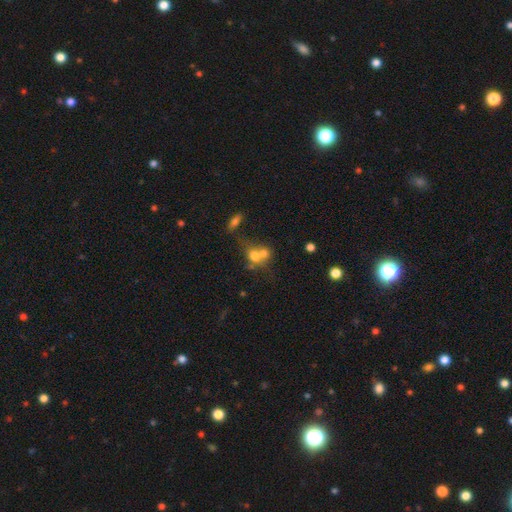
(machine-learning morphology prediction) This appears to be a smooth galaxy with no disk features (67%) that is round (60%). Merging: merger (63%).